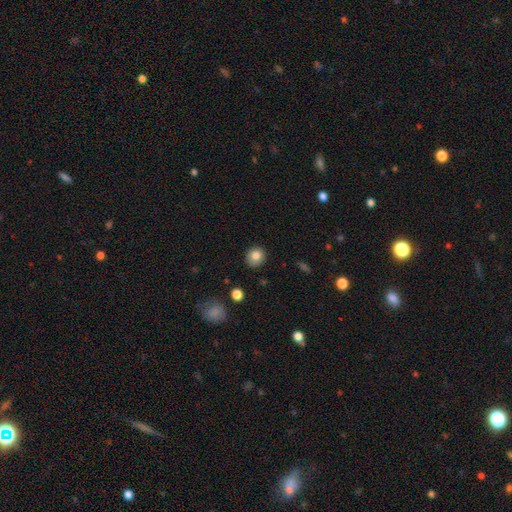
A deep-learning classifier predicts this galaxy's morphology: Smooth or featured? smooth (82%)
How rounded? round (80%)
Merging? none (86%)